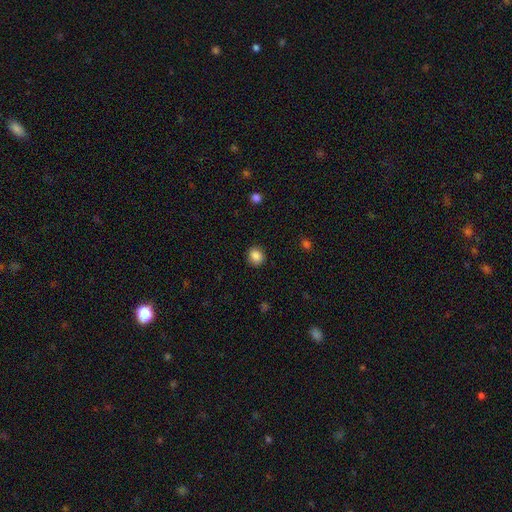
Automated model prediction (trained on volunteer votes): Smooth or featured? Predicted: smooth (p=0.87). How rounded? Predicted: round (p=0.71). Merging? Predicted: none (p=0.88).